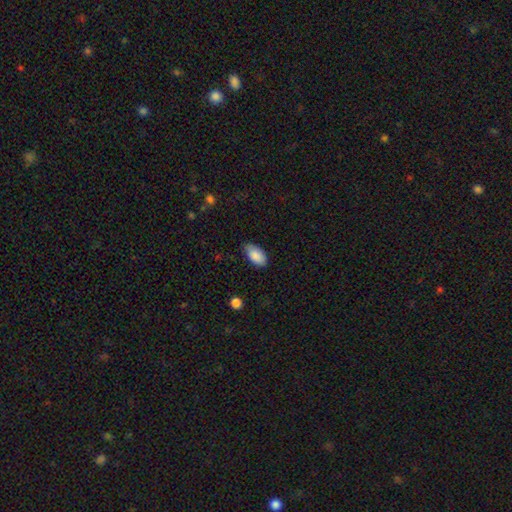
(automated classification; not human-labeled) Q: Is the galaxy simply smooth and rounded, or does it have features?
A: smooth — 88%.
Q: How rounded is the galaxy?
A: in between — 95%.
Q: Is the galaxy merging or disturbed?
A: none — 73%.